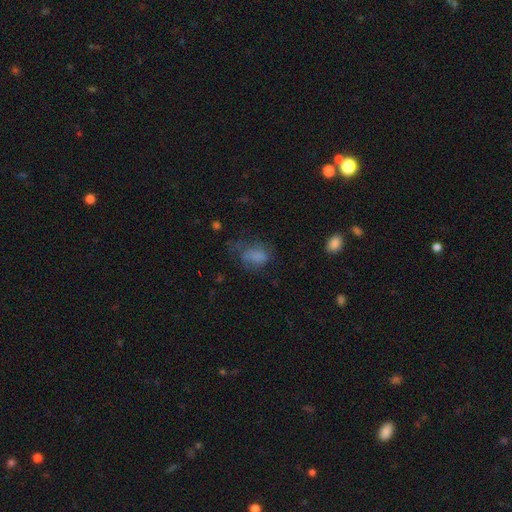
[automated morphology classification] smooth-or-featured: smooth: 68% | featured or disk: 18% | star or artifact: 14%
  how-rounded: in between: 75% | round: 23% | cigar-shaped: 2%
  merging: none: 38% | major disturbance: 32% | minor disturbance: 27% | merger: 3%